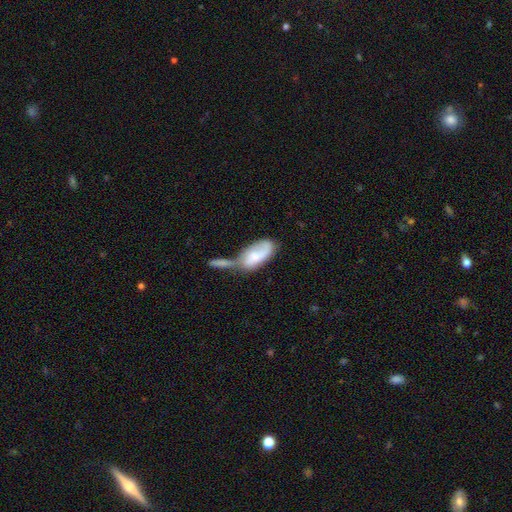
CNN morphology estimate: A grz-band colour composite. It shows a smooth galaxy with no disk features (59%) that is in between round and cigar-shaped (88%). Merging: merger (51%).